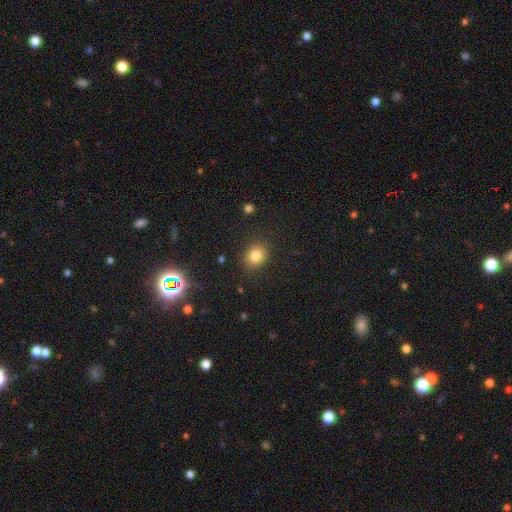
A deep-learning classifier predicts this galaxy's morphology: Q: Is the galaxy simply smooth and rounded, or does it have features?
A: smooth — 83%.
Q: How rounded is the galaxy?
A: round — 52%.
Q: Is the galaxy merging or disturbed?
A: none — 86%.